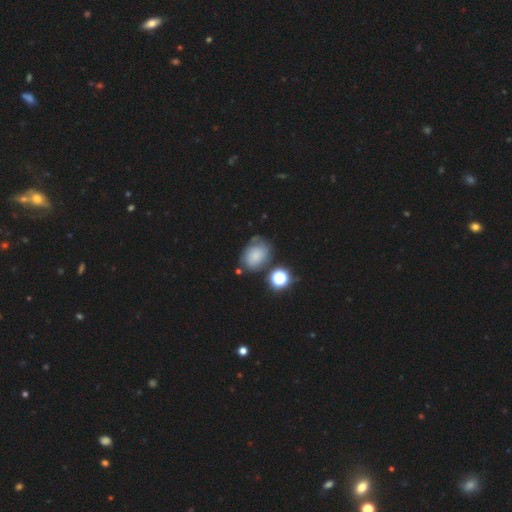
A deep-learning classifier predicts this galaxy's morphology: The model was most divided on "how rounded": in between: 61%, round: 37%, cigar-shaped: 1%. More confident: smooth or featured — smooth (63%); merging — none (55%).